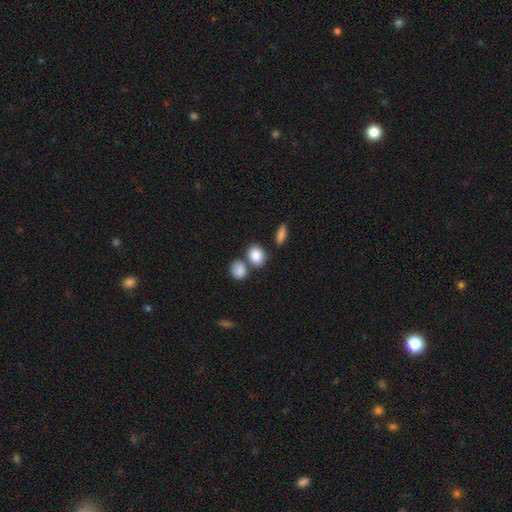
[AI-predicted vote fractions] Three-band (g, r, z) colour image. It shows a smooth galaxy with no disk features (86%) that is round (50%). Merging: none (60%).